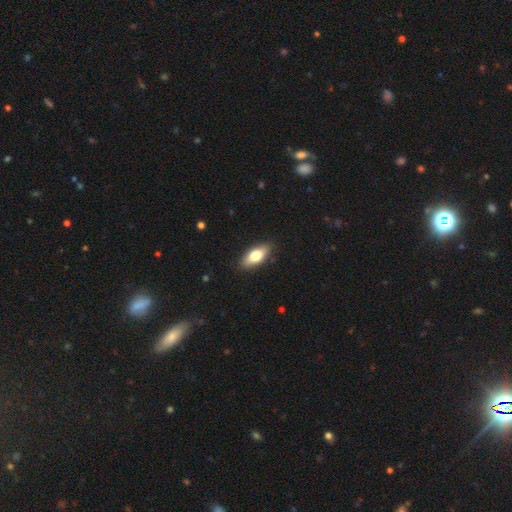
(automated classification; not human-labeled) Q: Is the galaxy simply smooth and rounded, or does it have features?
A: smooth — 76%.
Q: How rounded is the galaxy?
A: in between — 84%.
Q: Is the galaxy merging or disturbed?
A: none — 87%.